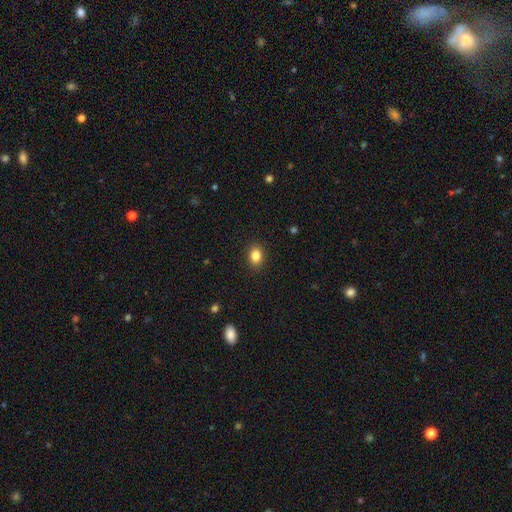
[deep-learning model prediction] A smooth galaxy with no disk features (85%) that is in between round and cigar-shaped (67%). Merging: none (89%).